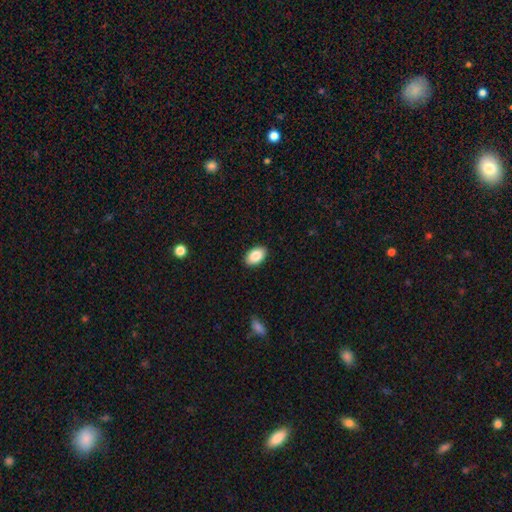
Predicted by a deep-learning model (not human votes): A smooth galaxy with no disk features (87%) that is in between round and cigar-shaped (92%). Merging: none (90%).